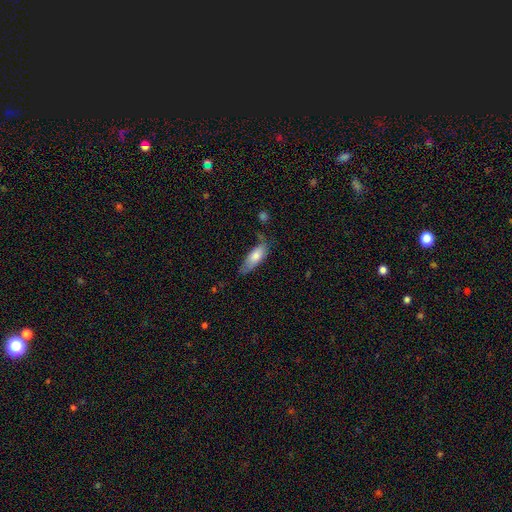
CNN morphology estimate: smooth-or-featured: smooth: 76% | featured or disk: 18% | star or artifact: 6%
  how-rounded: in between: 66% | cigar-shaped: 32% | round: 2%
  merging: none: 59% | minor disturbance: 30% | major disturbance: 7% | merger: 4%